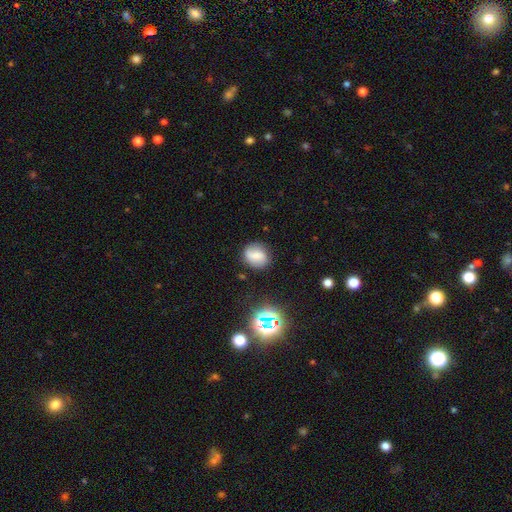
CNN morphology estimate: A smooth galaxy with no disk features (61%) that is round (64%). Merging: none (75%).